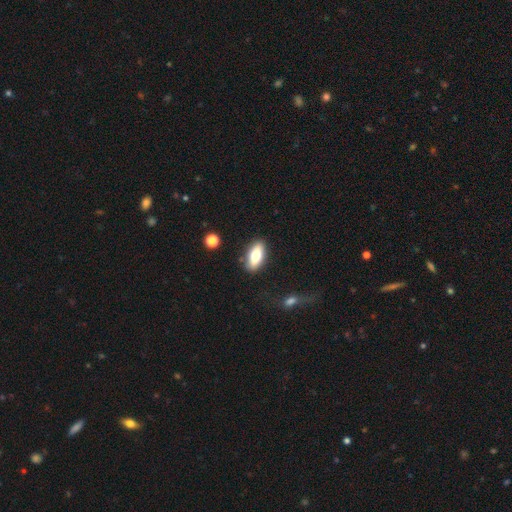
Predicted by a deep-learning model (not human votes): Morphology: type=smooth (74%); roundness=in between (83%); merging=none (83%).